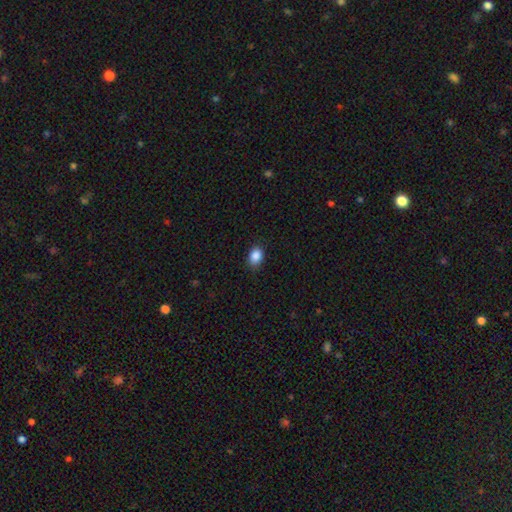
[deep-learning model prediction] Q: Smooth or featured?
A: smooth (88%); runner-up: star or artifact (9%)
Q: How rounded?
A: in between (69%); runner-up: round (29%)
Q: Merging?
A: none (82%); runner-up: minor disturbance (15%)